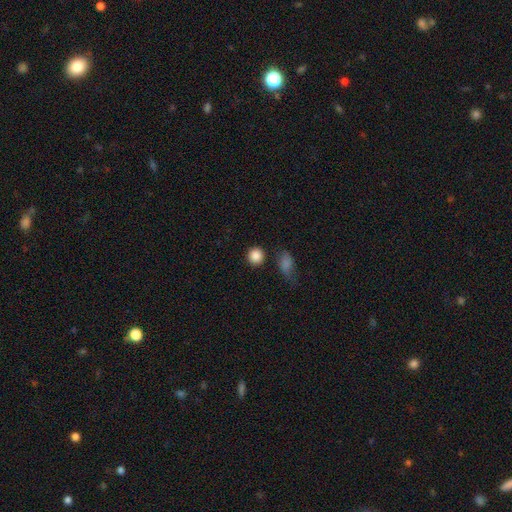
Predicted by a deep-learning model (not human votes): Overall: smooth (87%). How rounded: round (90%). Merging: none (83%).